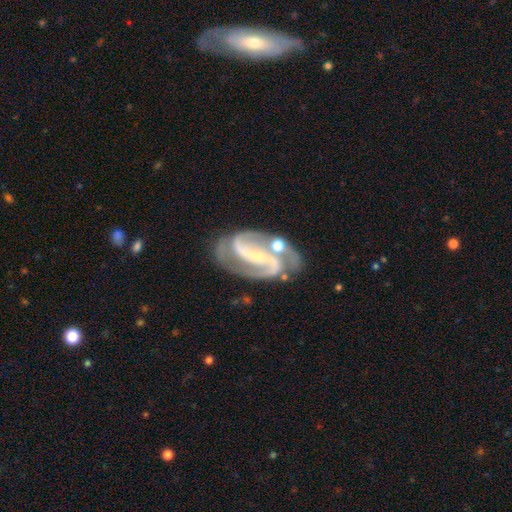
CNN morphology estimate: type=featured or disk (92%); edge-on=no (97%); bar=strong (56%); spiral arms=yes (98%); winding=medium (56%); arm count=2 (90%); bulge=small (67%); merging=none (64%).